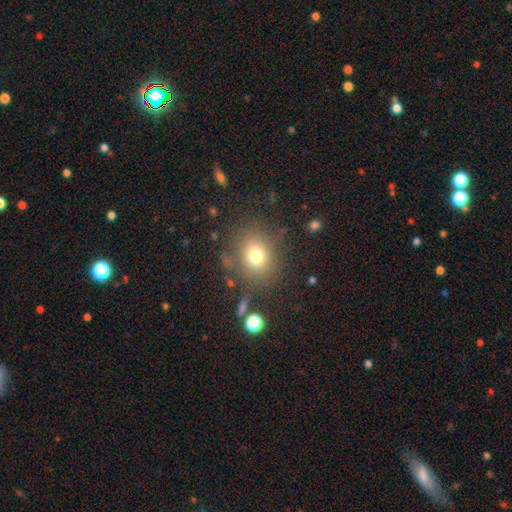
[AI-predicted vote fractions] smooth 74%, star or artifact 15%, featured or disk 11%. Down the decision tree: how rounded — round (69%); merging — none (77%).